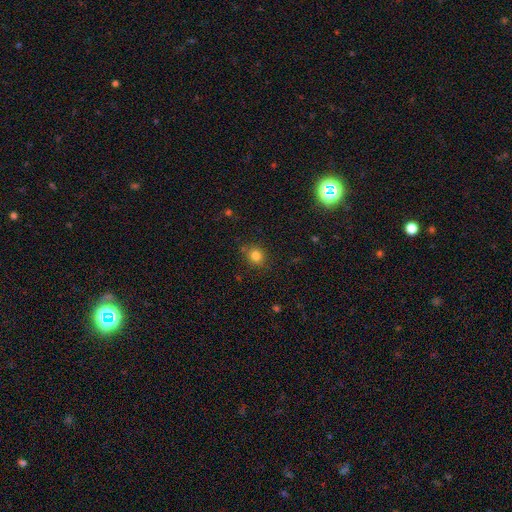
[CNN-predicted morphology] Smooth or featured? Predicted: smooth (p=0.81). How rounded? Predicted: round (p=0.80). Merging? Predicted: none (p=0.81).